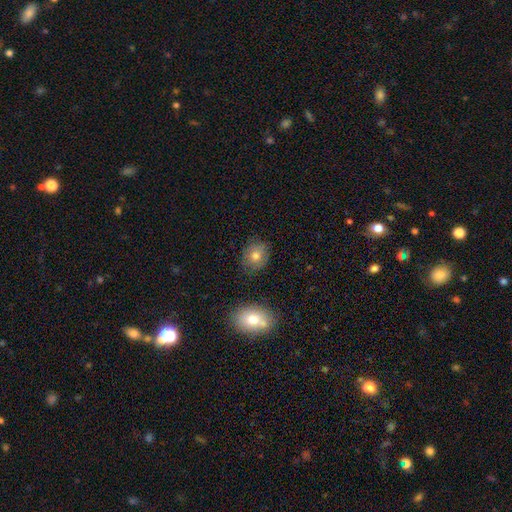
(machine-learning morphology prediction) The model was most divided on "how rounded": round: 59%, in between: 40%, cigar-shaped: 1%. More confident: merging — none (82%); smooth or featured — smooth (74%).